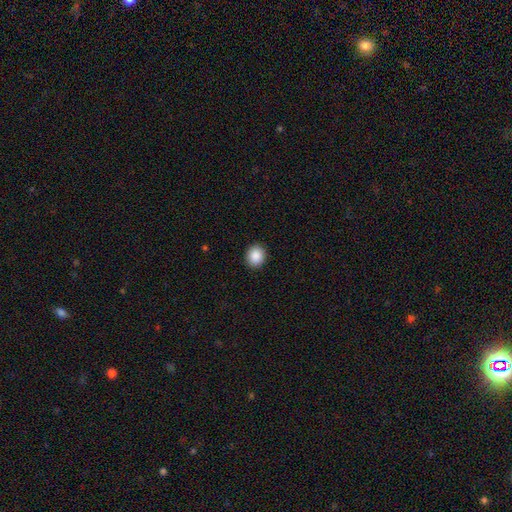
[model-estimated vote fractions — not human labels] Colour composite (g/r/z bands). It shows a smooth galaxy with no disk features (89%) that is round (63%). Merging: none (91%).